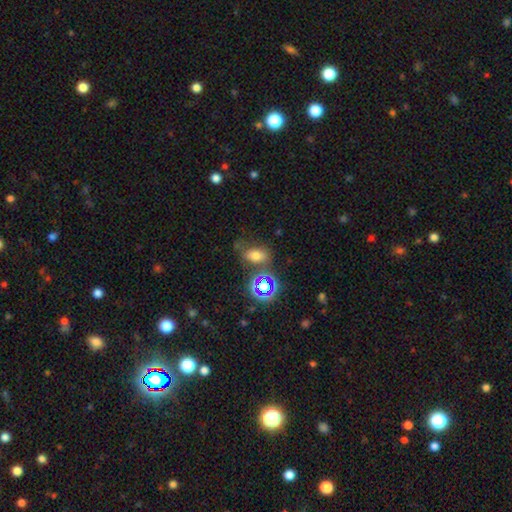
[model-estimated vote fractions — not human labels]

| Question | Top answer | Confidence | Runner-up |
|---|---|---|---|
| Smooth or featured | smooth | 64% | star or artifact (24%) |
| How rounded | in between | 78% | round (19%) |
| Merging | none | 60% | minor disturbance (19%) |